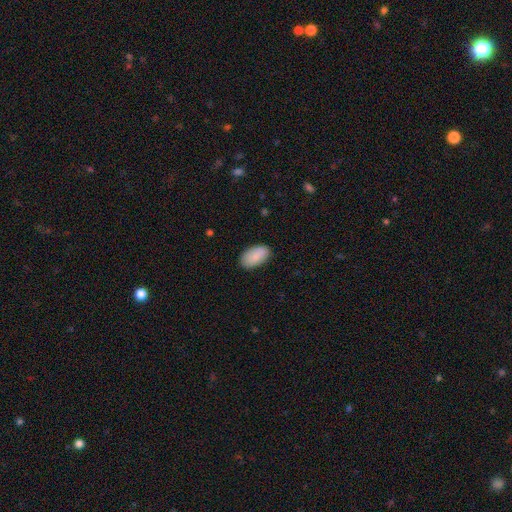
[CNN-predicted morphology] Overall: smooth (88%). How rounded: in between (95%). Merging: none (84%).